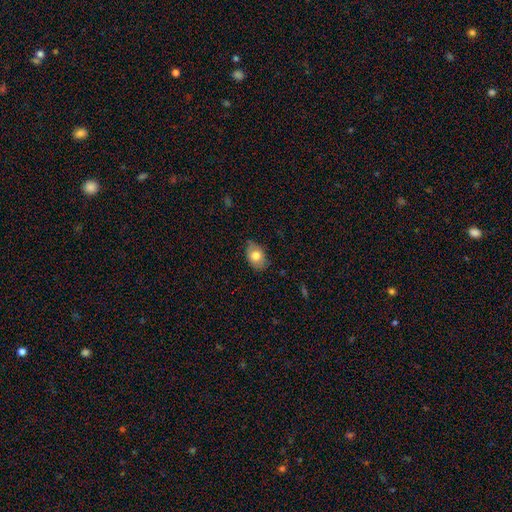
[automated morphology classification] Smooth or featured? smooth (78%)
How rounded? in between (80%)
Merging? none (75%)